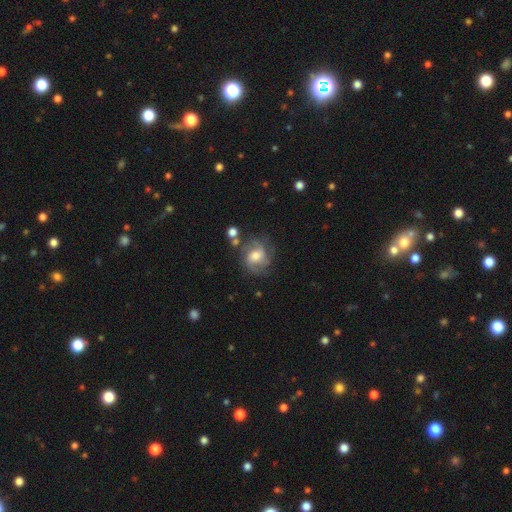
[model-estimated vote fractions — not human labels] Smooth or featured? featured or disk (71%)
Edge-on disk? no (98%)
Bar? weak (45%)
Spiral arms? yes (91%)
Spiral winding? medium (48%)
Spiral arm count? 2 (43%)
Bulge size? moderate (61%)
Merging? none (67%)